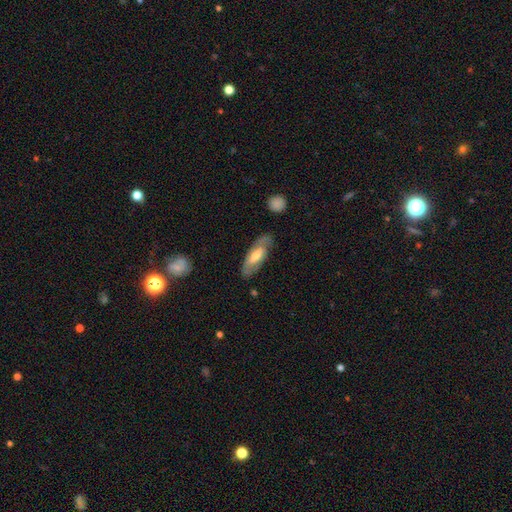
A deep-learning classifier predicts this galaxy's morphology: Q: Smooth or featured?
A: featured or disk (53%); runner-up: smooth (42%)
Q: Edge-on disk?
A: no (76%); runner-up: yes (24%)
Q: Merging?
A: none (76%); runner-up: minor disturbance (17%)